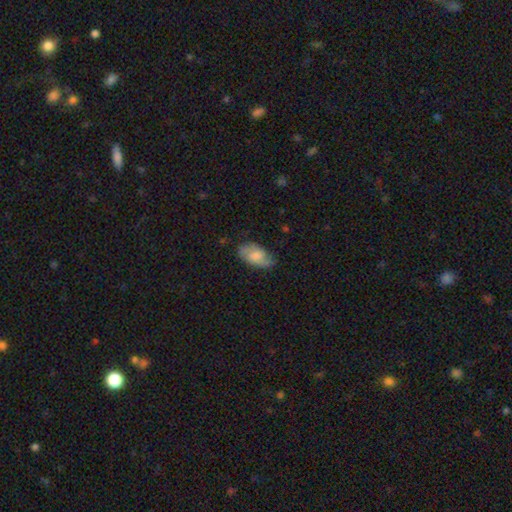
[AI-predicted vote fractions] Q: Smooth or featured?
A: smooth (67%); runner-up: featured or disk (26%)
Q: How rounded?
A: in between (94%); runner-up: round (4%)
Q: Merging?
A: none (62%); runner-up: minor disturbance (29%)